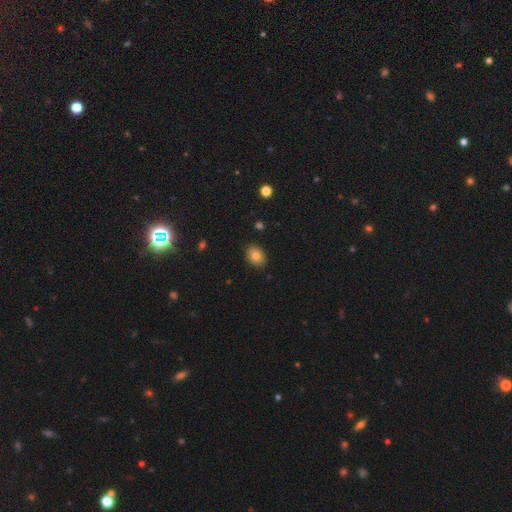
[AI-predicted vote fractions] This is clearly a smooth galaxy (81%). How rounded: likely in between (68%). Merging: clearly none (88%).